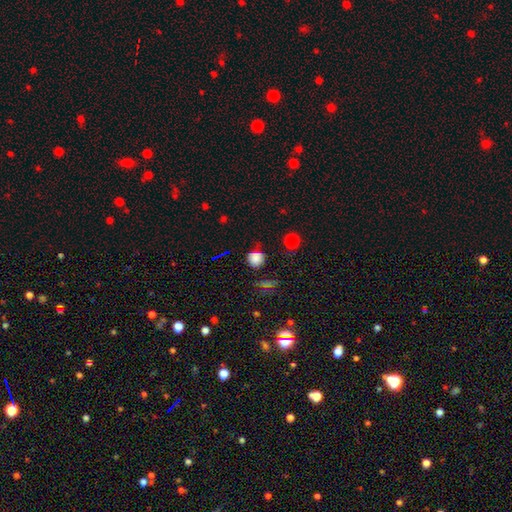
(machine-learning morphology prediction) Smooth or featured: smooth — 75% (star or artifact — 20%)
How rounded: round — 86% (in between — 12%)
Merging: none — 80% (minor disturbance — 13%)